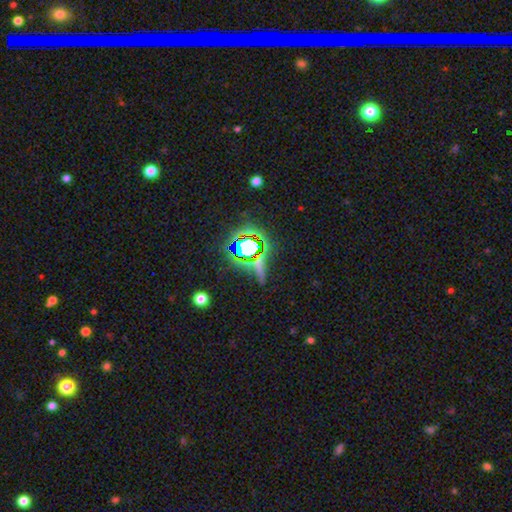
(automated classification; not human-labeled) A star or artifact, not a galaxy (67%).

Vote fractions:
- Smooth or featured? star or artifact: 67% / smooth: 19% / featured or disk: 13%